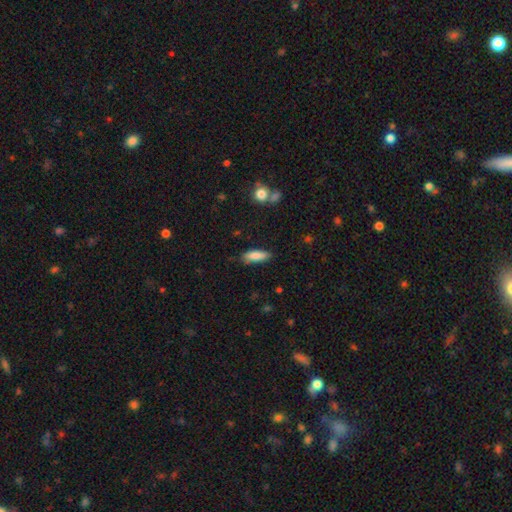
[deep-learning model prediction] Overall: smooth (85%). How rounded: in between (56%; cigar-shaped 42%). Merging: none (80%).